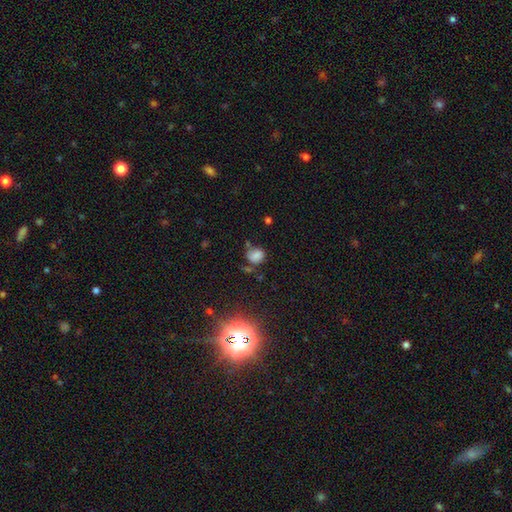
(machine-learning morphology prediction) Smooth or featured? smooth (72%)
How rounded? round (62%)
Merging? none (58%)